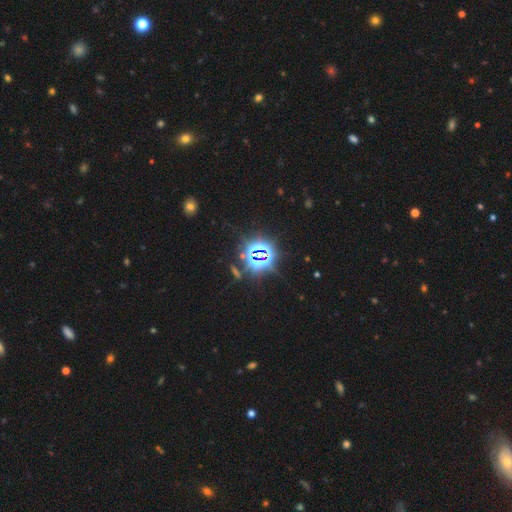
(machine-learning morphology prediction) This is clearly a star or artifact rather than a galaxy (82%).